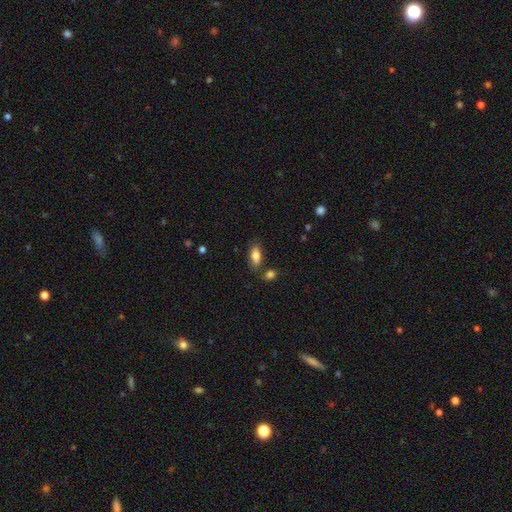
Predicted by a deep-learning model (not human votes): A smooth galaxy with no disk features (81%) that is in between round and cigar-shaped (84%). Merging: none (75%).